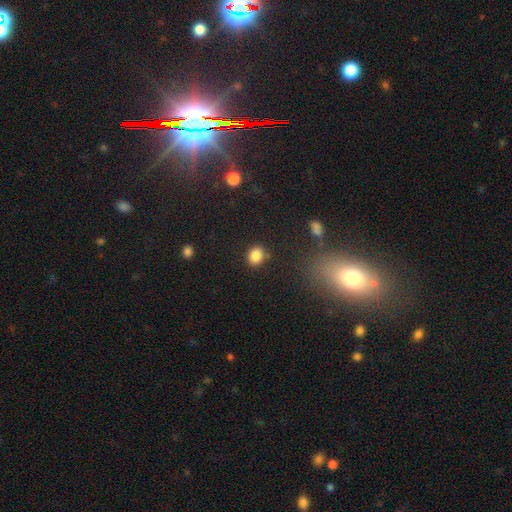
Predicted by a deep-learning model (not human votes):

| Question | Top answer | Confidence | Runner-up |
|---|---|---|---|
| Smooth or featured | smooth | 84% | star or artifact (10%) |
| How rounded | round | 55% | in between (44%) |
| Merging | none | 84% | minor disturbance (10%) |